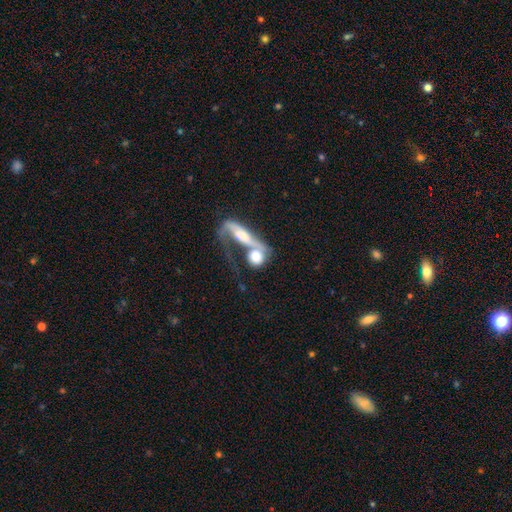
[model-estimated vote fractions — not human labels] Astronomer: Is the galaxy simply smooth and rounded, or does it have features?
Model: smooth — 57% (runner-up: featured or disk, 35%).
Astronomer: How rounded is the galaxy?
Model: round — 55% (runner-up: in between, 33%).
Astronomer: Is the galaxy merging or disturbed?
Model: merger — 59%.